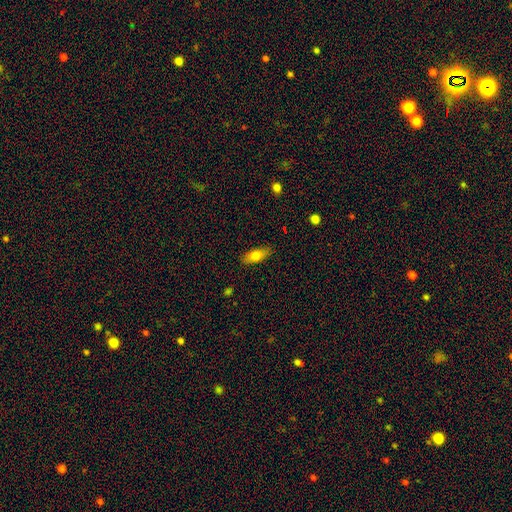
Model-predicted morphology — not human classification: Smooth or featured? Predicted: smooth (p=0.73). How rounded? Predicted: in between (p=0.75). Merging? Predicted: none (p=0.87).